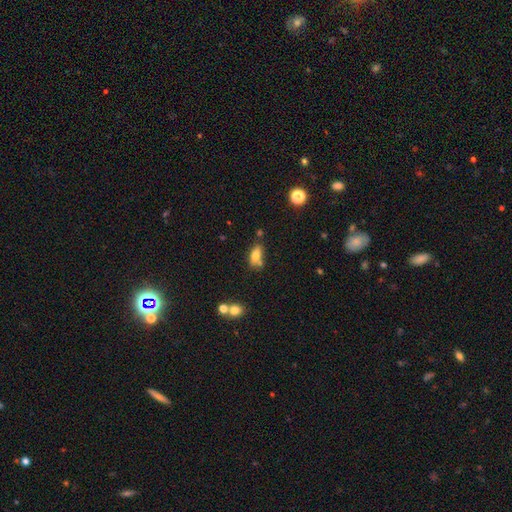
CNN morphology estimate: smooth_or_featured: smooth (p=0.75) [alt: featured or disk p=0.15]
how_rounded: in between (p=0.85) [alt: cigar-shaped p=0.09]
merging: none (p=0.58) [alt: merger p=0.20]